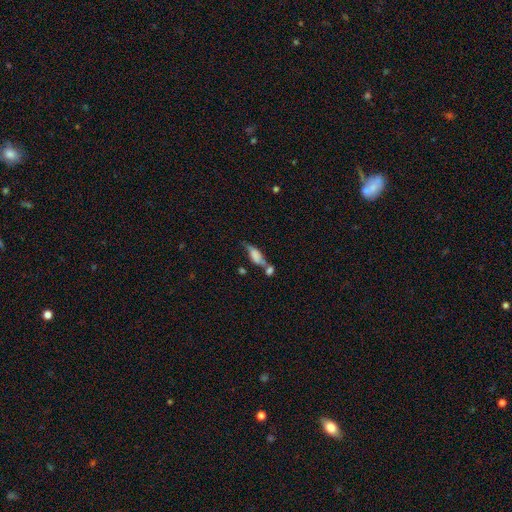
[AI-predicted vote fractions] A smooth galaxy with no disk features (60%) that is in between round and cigar-shaped (66%).

Vote fractions:
- Smooth or featured? smooth: 60% / featured or disk: 31% / star or artifact: 9%
- How rounded? in between: 66% / cigar-shaped: 29% / round: 5%
- Merging? merger: 42% / none: 27% / minor disturbance: 18% / major disturbance: 13%